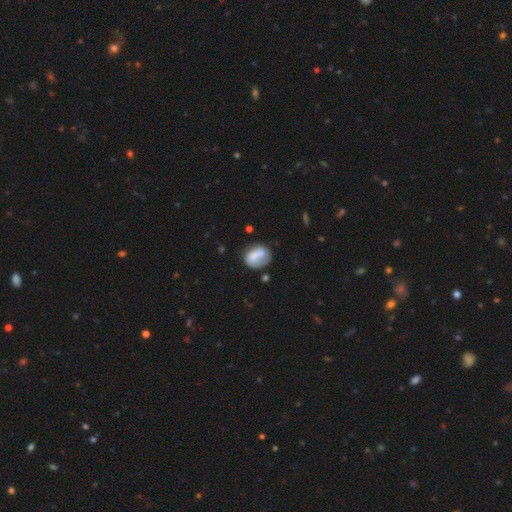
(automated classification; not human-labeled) Smooth or featured? Predicted: smooth (p=0.68). How rounded? Predicted: round (p=0.50). Merging? Predicted: none (p=0.51).